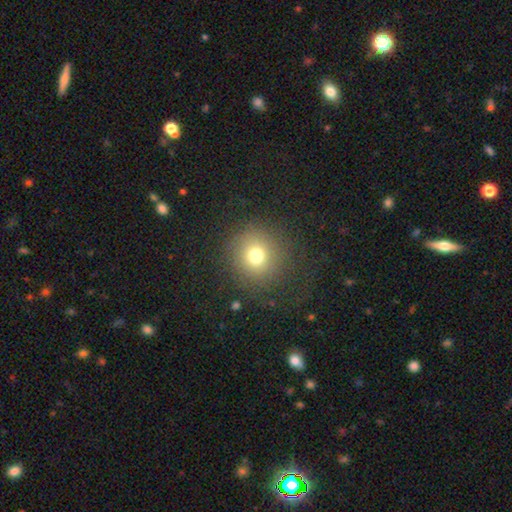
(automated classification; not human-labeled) Smooth or featured?
  - smooth: 72% *
  - star or artifact: 18%
  - featured or disk: 11%
How rounded?
  - round: 92% *
  - in between: 7%
  - cigar-shaped: 1%
Merging?
  - none: 84% *
  - minor disturbance: 8%
  - major disturbance: 6%
  - merger: 1%